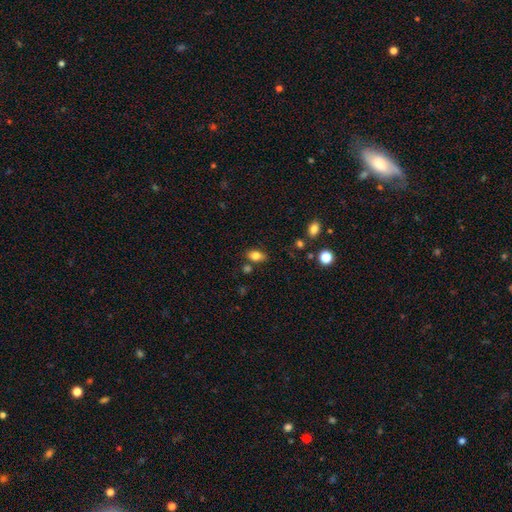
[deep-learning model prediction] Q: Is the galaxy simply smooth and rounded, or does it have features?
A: smooth — 82%.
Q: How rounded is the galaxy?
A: in between — 85%.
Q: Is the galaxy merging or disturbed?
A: none — 74%.